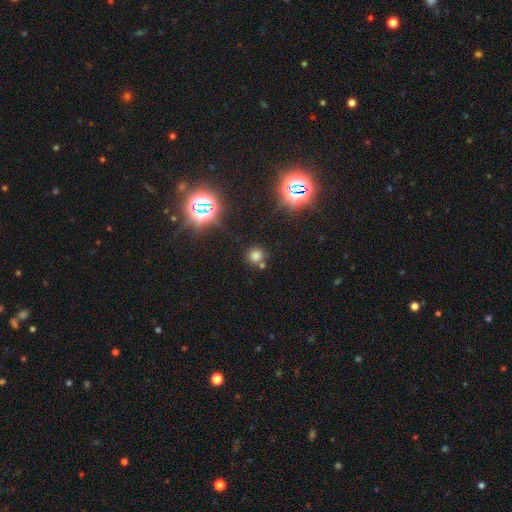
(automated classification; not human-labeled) smooth-or-featured: smooth: 65% | star or artifact: 28% | featured or disk: 8%
  how-rounded: round: 91% | in between: 7% | cigar-shaped: 1%
  merging: none: 71% | merger: 16% | minor disturbance: 9% | major disturbance: 4%